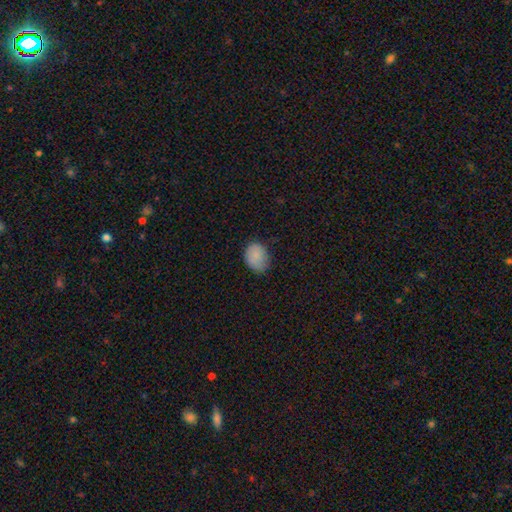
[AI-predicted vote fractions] This is clearly a smooth galaxy (86%). How rounded: likely in between (62%). Merging: likely none (65%).